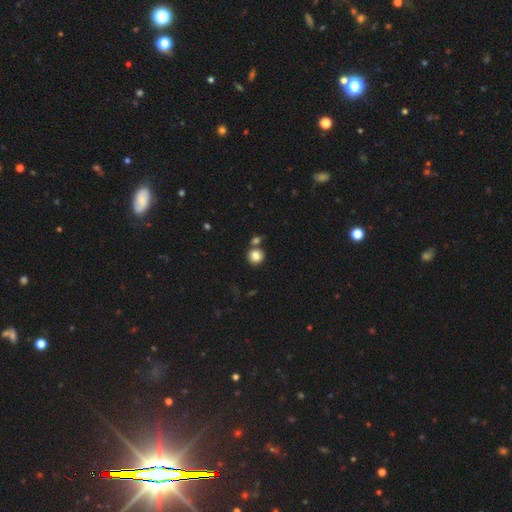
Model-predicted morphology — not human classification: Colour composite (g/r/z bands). It shows a smooth galaxy with no disk features (85%) that is round (86%). Merging: none (66%).